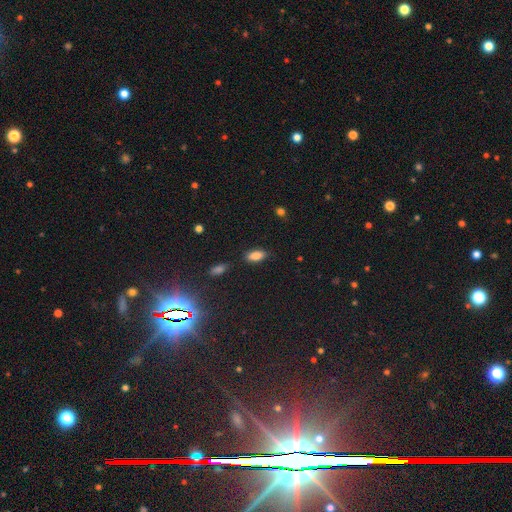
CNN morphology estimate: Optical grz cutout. It shows a smooth galaxy with no disk features (83%) that is in between round and cigar-shaped (86%). Merging: none (82%).